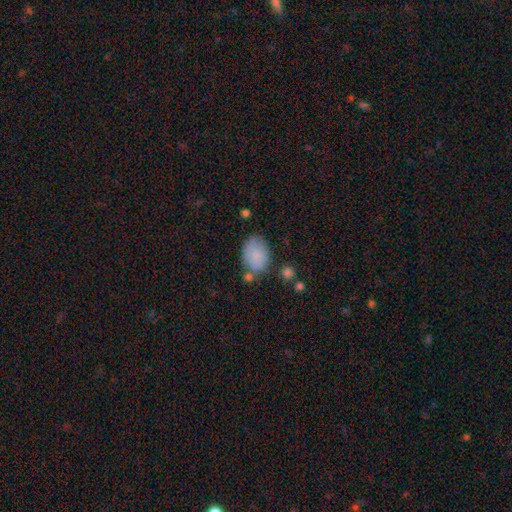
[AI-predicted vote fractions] Smooth or featured: smooth — 84% (featured or disk — 8%)
How rounded: in between — 77% (round — 22%)
Merging: none — 61% (minor disturbance — 23%)